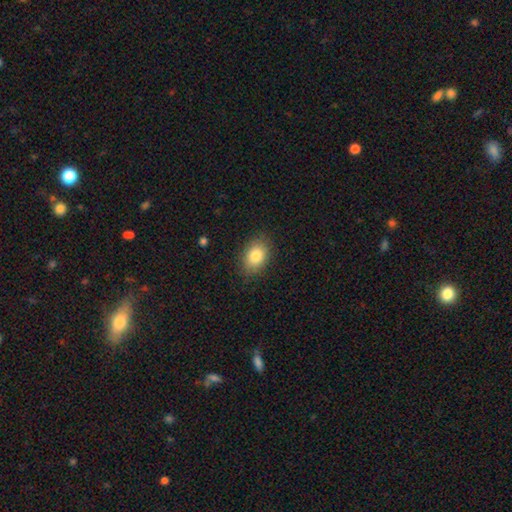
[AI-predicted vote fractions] A smooth galaxy with no disk features (83%) that is in between round and cigar-shaped (83%).

Vote fractions:
- Smooth or featured? smooth: 83% / featured or disk: 9% / star or artifact: 8%
- How rounded? in between: 83% / round: 16% / cigar-shaped: 1%
- Merging? none: 86% / minor disturbance: 11% / major disturbance: 3% / merger: 1%